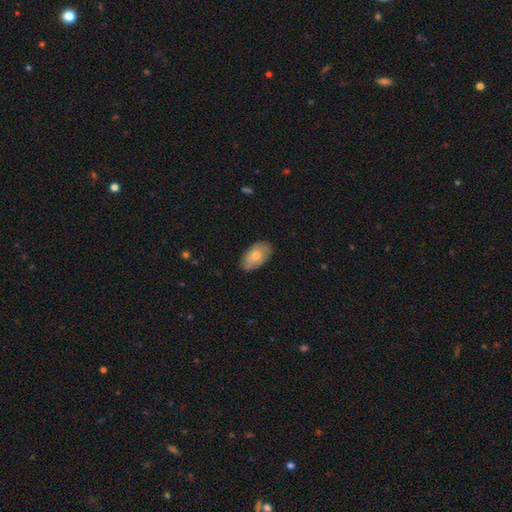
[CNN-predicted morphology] type=smooth (67%); roundness=in between (93%); merging=none (81%).